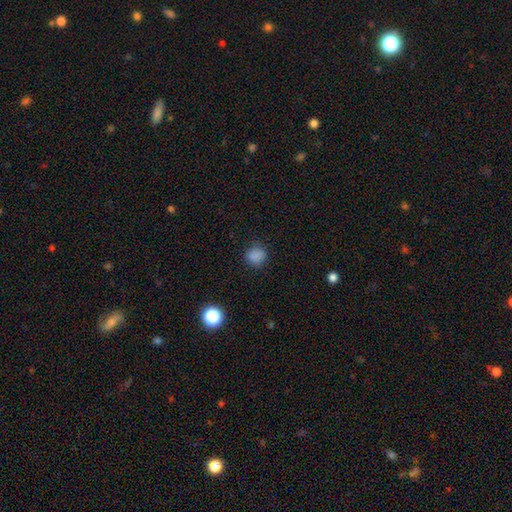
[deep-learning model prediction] Overall: smooth (82%). How rounded: round (83%). Merging: none (82%).